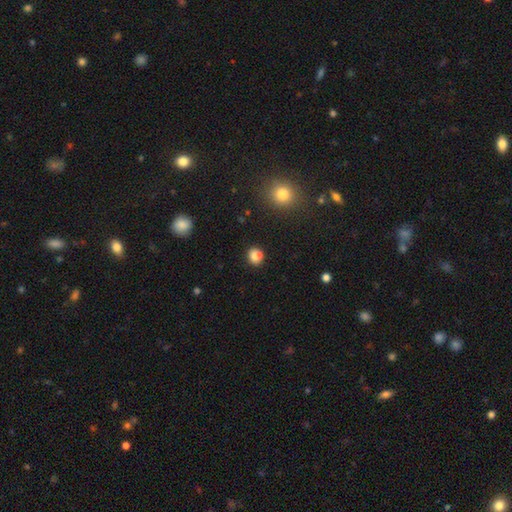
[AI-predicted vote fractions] smooth_or_featured: smooth (p=0.82) [alt: star or artifact p=0.12]
how_rounded: round (p=0.74) [alt: in between p=0.25]
merging: none (p=0.72) [alt: minor disturbance p=0.14]